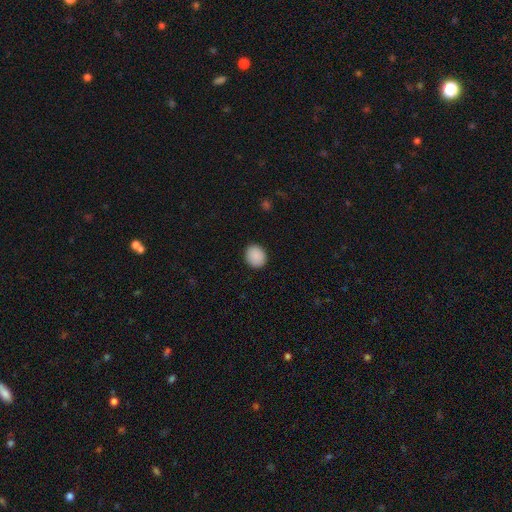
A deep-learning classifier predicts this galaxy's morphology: The model was most divided on "how rounded": round: 68%, in between: 31%, cigar-shaped: 1%. More confident: merging — none (90%); smooth or featured — smooth (89%).